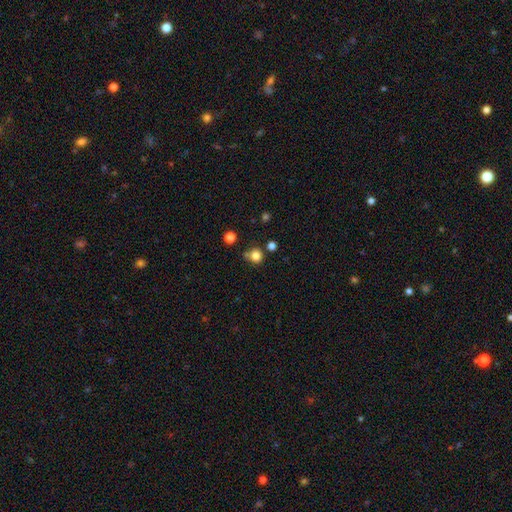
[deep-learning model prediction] A smooth galaxy with no disk features (80%) that is round (93%). Merging: none (74%).